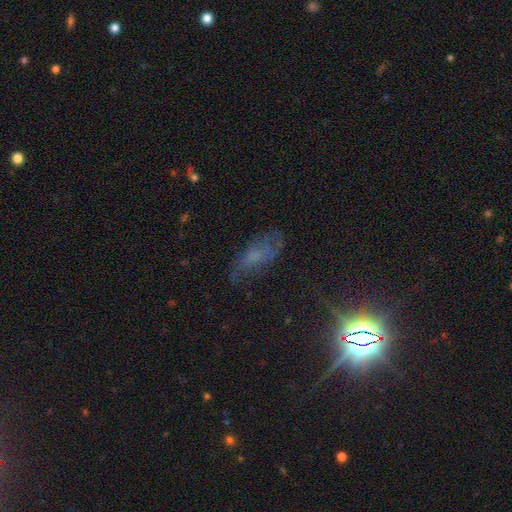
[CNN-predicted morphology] A featured or disk galaxy (40%). Merging: none (55%).